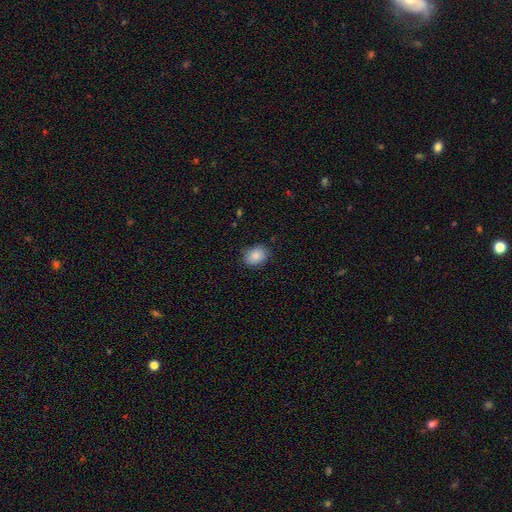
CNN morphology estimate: smooth-or-featured: smooth: 87% | star or artifact: 8% | featured or disk: 5%
  how-rounded: in between: 65% | round: 34% | cigar-shaped: 1%
  merging: none: 85% | minor disturbance: 11% | major disturbance: 3% | merger: 1%